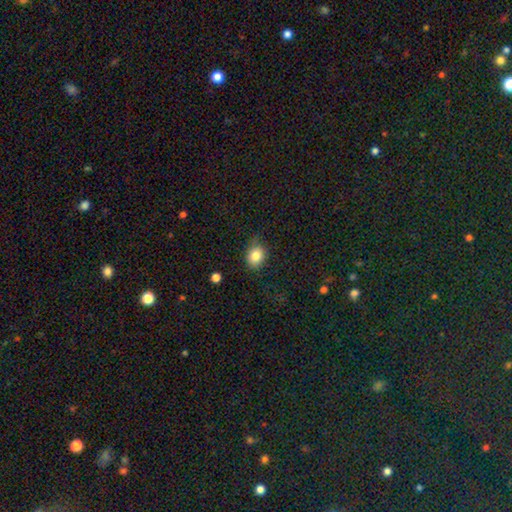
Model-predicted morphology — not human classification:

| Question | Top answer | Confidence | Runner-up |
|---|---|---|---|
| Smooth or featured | smooth | 83% | star or artifact (10%) |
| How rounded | round | 52% | in between (47%) |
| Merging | none | 74% | minor disturbance (20%) |